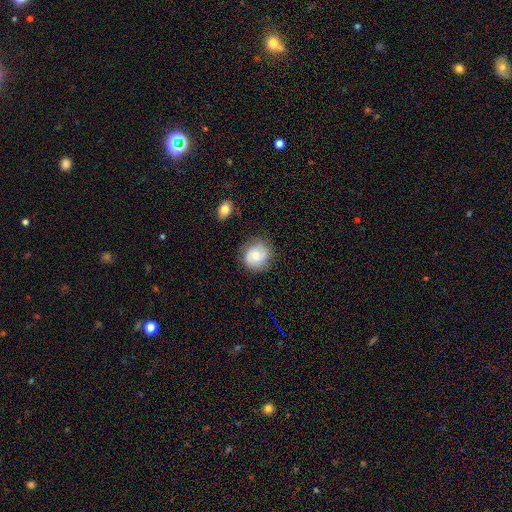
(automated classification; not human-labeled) Smooth or featured? Predicted: smooth (p=0.64). How rounded? Predicted: round (p=0.86). Merging? Predicted: none (p=0.82).